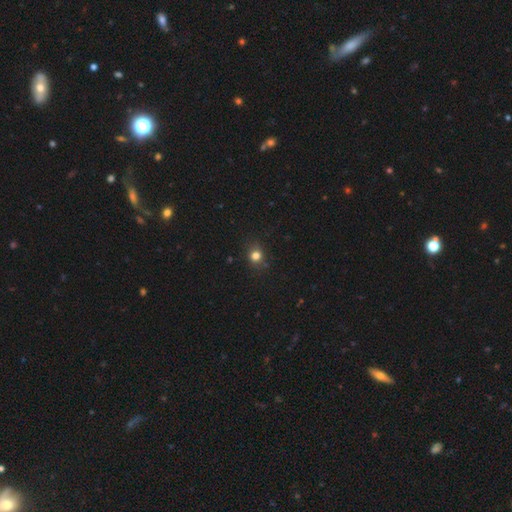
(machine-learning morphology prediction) smooth 79%, star or artifact 15%, featured or disk 6%. Down the decision tree: how rounded — round (77%); merging — none (83%).